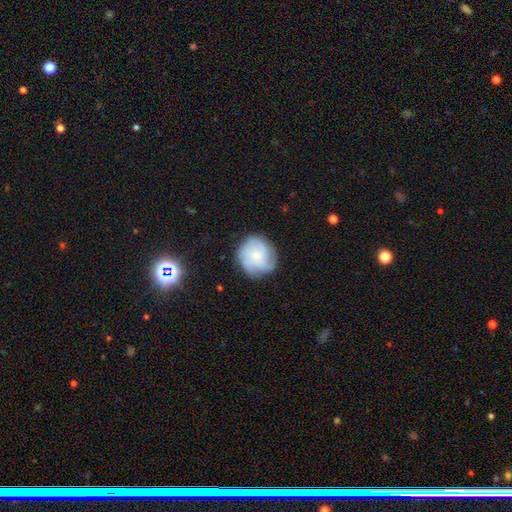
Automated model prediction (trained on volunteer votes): Smooth or featured? smooth (50%)
Merging? none (71%)